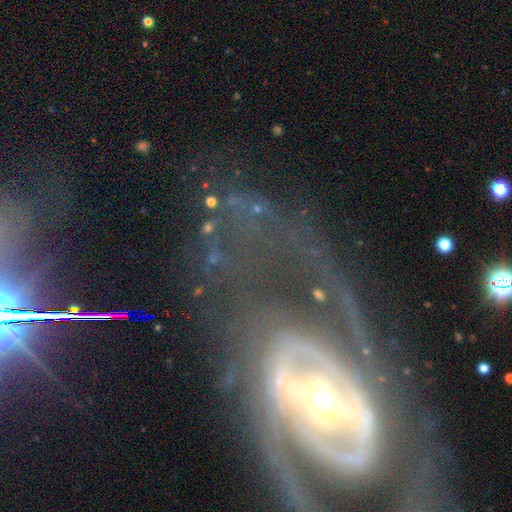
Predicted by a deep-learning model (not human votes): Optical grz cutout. It shows a featured or disk galaxy (71%) with no bar (51%), spiral arms (64%) and a moderate central bulge (48%). Merging: none (40%).